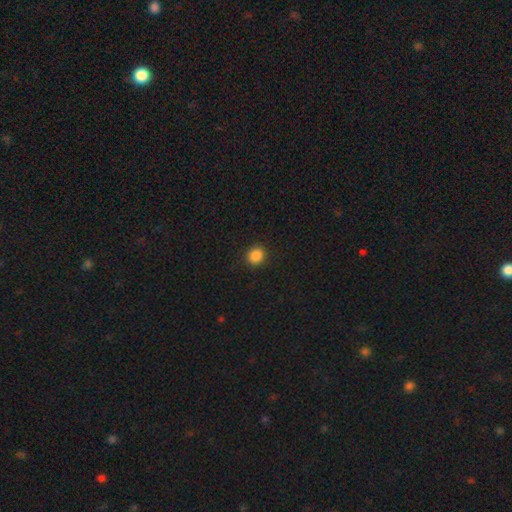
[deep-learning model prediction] Smooth or featured?
  - smooth: 86% *
  - star or artifact: 11%
  - featured or disk: 3%
How rounded?
  - round: 79% *
  - in between: 20%
  - cigar-shaped: 1%
Merging?
  - none: 91% *
  - minor disturbance: 6%
  - major disturbance: 2%
  - merger: 1%